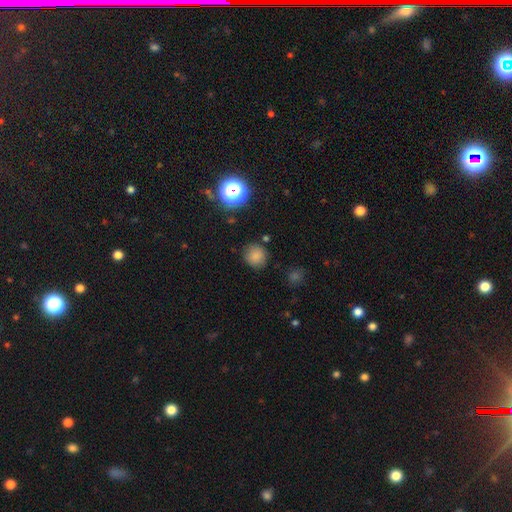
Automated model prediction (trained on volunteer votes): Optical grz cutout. It shows a smooth galaxy with no disk features (80%) that is round (90%). Merging: none (84%).